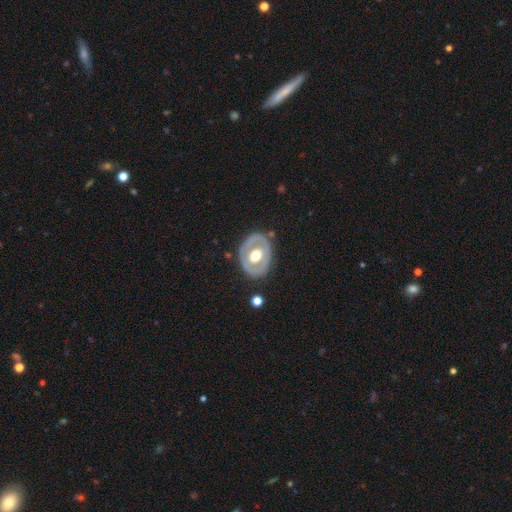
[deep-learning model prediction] smooth-or-featured: featured or disk: 60% | smooth: 35% | star or artifact: 5%
  disk-edge-on: no: 92% | yes: 8%
    bar: no: 79% | weak: 15% | strong: 6%
    has-spiral-arms: no: 88% | yes: 12%
    bulge-size: moderate: 59% | large: 35% | small: 3% | dominant: 2% | none: 1%
  merging: none: 78% | minor disturbance: 14% | major disturbance: 5% | merger: 2%